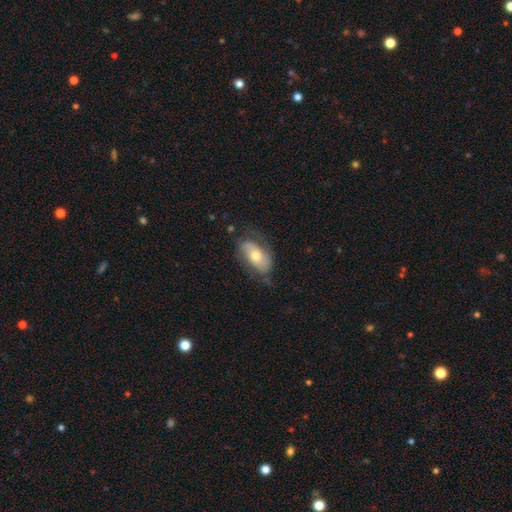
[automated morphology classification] The model was most divided on "smooth or featured": featured or disk: 54%, smooth: 40%, star or artifact: 7%. More confident: edge-on disk — no (91%); merging — none (60%).